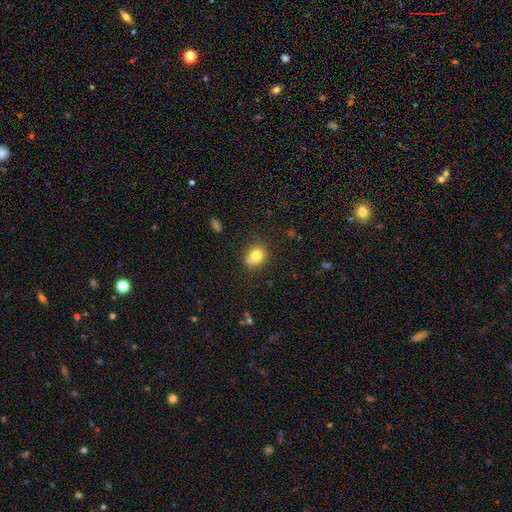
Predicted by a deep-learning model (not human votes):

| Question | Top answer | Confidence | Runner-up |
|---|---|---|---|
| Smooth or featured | smooth | 78% | star or artifact (11%) |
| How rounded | round | 71% | in between (28%) |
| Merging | none | 65% | minor disturbance (17%) |